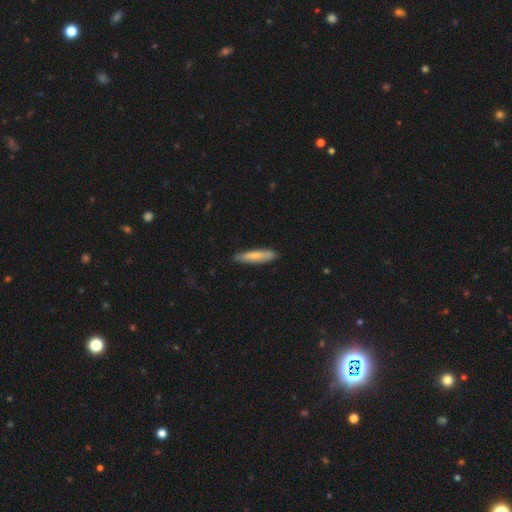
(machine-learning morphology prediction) This is likely a smooth galaxy (74%). How rounded: clearly cigar-shaped (84%). Merging: clearly none (85%).